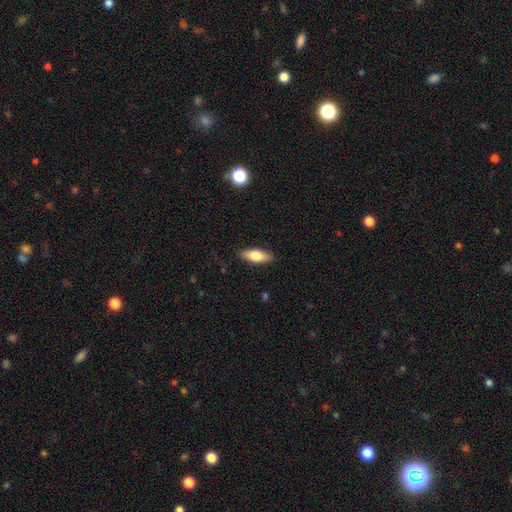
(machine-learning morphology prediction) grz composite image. It shows a smooth galaxy with no disk features (79%) that is in between round and cigar-shaped (76%). Merging: none (86%).